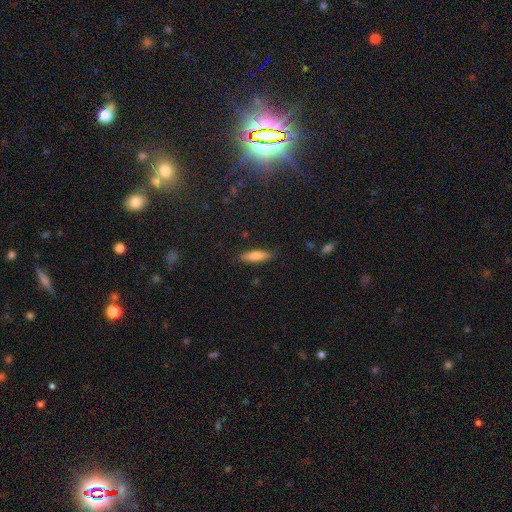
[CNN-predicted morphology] smooth 76%, featured or disk 17%, star or artifact 7%. Down the decision tree: how rounded — cigar-shaped (63%); merging — none (84%).